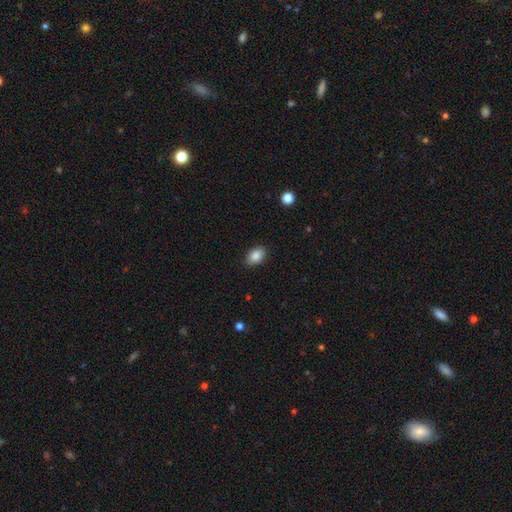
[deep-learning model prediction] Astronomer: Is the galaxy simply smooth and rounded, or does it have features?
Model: smooth — 87%.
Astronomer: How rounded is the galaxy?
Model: in between — 84%.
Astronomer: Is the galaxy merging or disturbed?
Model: none — 87%.